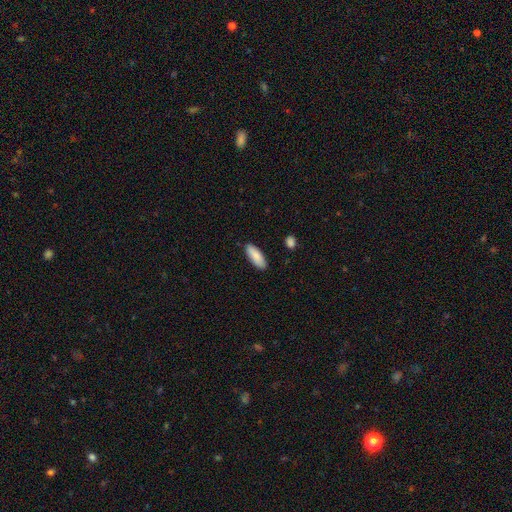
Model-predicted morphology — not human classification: Smooth or featured? Predicted: smooth (p=0.86). How rounded? Predicted: in between (p=0.70). Merging? Predicted: none (p=0.87).